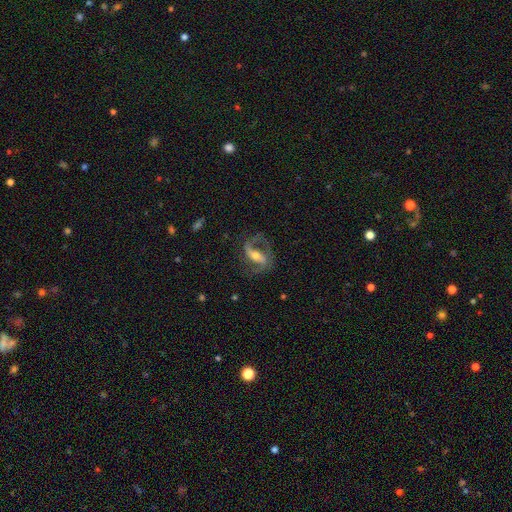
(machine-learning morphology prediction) type=featured or disk (84%); edge-on=no (94%); bar=strong (54%); spiral arms=yes (93%); winding=medium (50%); arm count=2 (85%); bulge=moderate (57%); merging=none (68%).